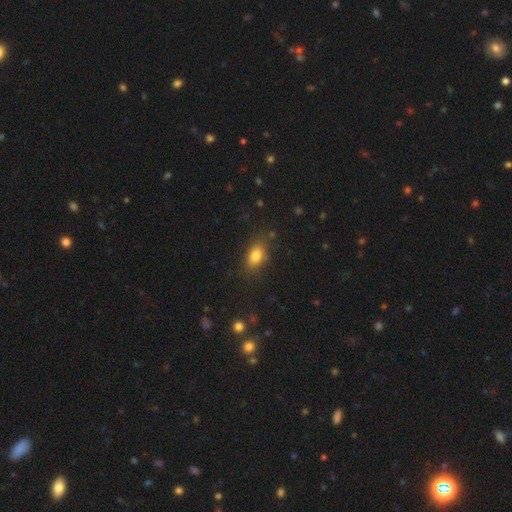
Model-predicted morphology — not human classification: Smooth or featured: smooth — 82% (star or artifact — 10%)
How rounded: in between — 83% (round — 12%)
Merging: none — 80% (minor disturbance — 14%)